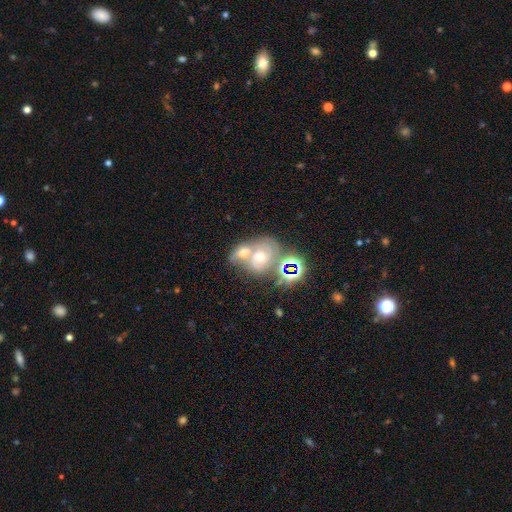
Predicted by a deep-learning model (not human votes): This is marginally a featured or disk galaxy (44%). Merging: likely merger (62%).